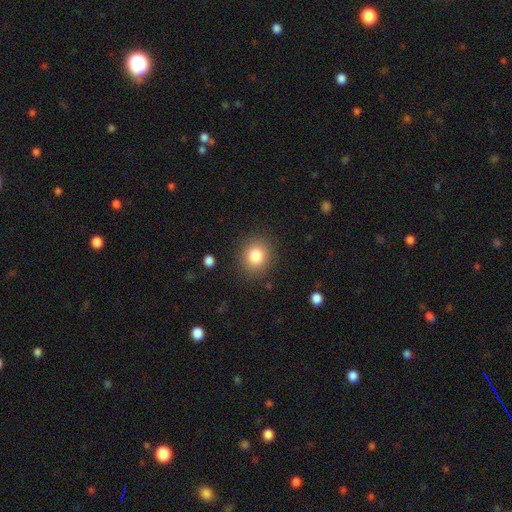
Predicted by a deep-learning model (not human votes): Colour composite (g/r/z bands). It shows a smooth galaxy with no disk features (82%) that is round (77%). Merging: none (88%).